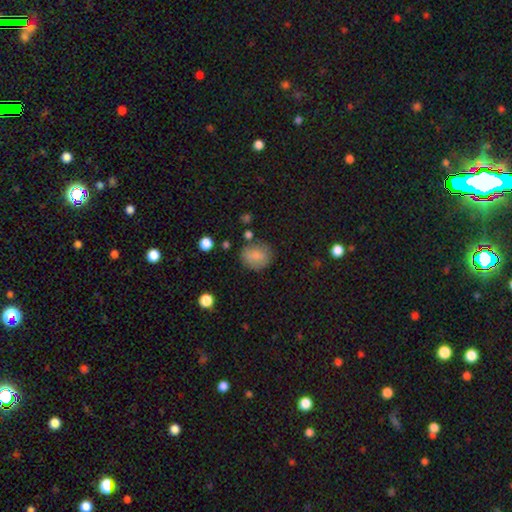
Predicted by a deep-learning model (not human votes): This appears to be a smooth galaxy with no disk features (80%) that is round (68%). Merging: none (71%).